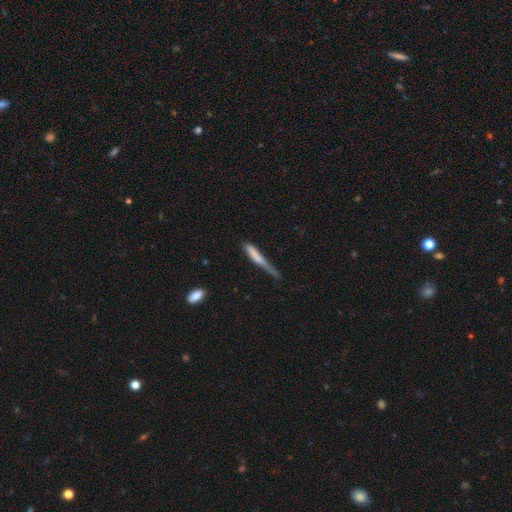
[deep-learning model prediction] Smooth or featured?
  - smooth: 69% *
  - featured or disk: 24%
  - star or artifact: 7%
How rounded?
  - cigar-shaped: 91% *
  - in between: 7%
  - round: 2%
Merging?
  - minor disturbance: 37% * (tied)
  - none: 37% * (tied)
  - major disturbance: 21%
  - merger: 5%